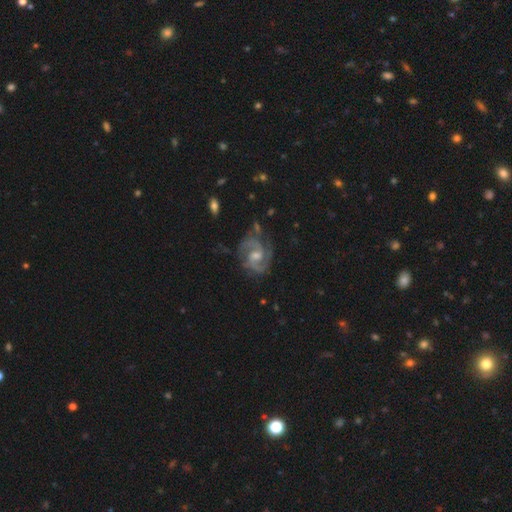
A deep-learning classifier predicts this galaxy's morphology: smooth-or-featured: featured or disk: 89% | star or artifact: 6% | smooth: 5%
  disk-edge-on: no: 98% | yes: 2%
    bar: weak: 49% | no: 40% | strong: 12%
    has-spiral-arms: yes: 98% | no: 2%
      spiral-winding: medium: 55% | tight: 33% | loose: 12%
      spiral-arm-count: 2: 75% | 3: 13% | can't tell: 6% | 1: 2% | 4: 2% | more than 4: 2%
    bulge-size: moderate: 59% | small: 30% | large: 5% | none: 4% | dominant: 1%
  merging: none: 72% | minor disturbance: 18% | major disturbance: 8% | merger: 2%